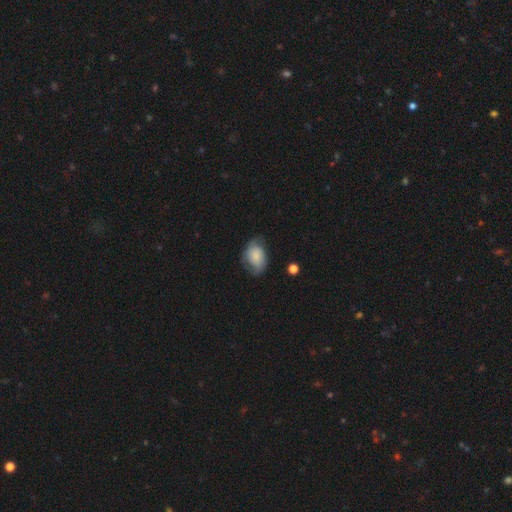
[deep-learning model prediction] Smooth or featured: smooth — 65% (featured or disk — 28%)
How rounded: in between — 76% (round — 23%)
Merging: none — 52% (minor disturbance — 32%)